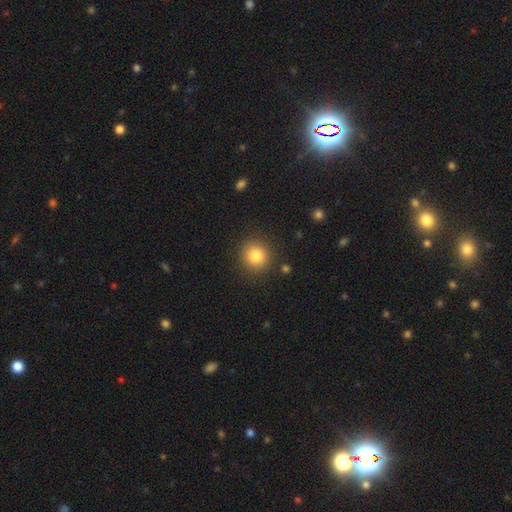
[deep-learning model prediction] A smooth galaxy with no disk features (83%) that is round (91%).

Vote fractions:
- Smooth or featured? smooth: 83% / star or artifact: 11% / featured or disk: 6%
- How rounded? round: 91% / in between: 8% / cigar-shaped: 1%
- Merging? none: 89% / minor disturbance: 7% / major disturbance: 3% / merger: 2%